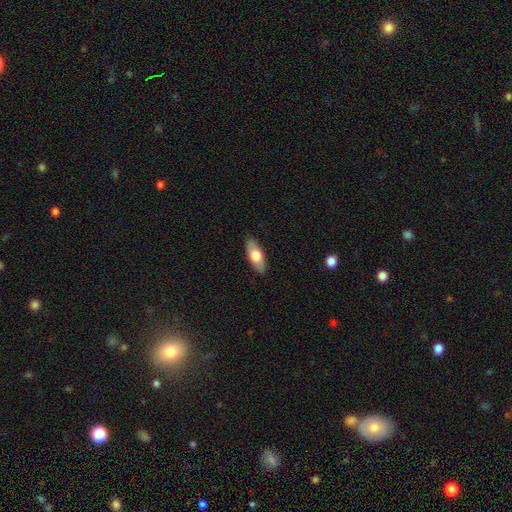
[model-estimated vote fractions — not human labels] smooth-or-featured: smooth: 65% | featured or disk: 29% | star or artifact: 6%
  how-rounded: in between: 77% | cigar-shaped: 20% | round: 3%
  merging: none: 87% | minor disturbance: 10% | major disturbance: 2% | merger: 1%